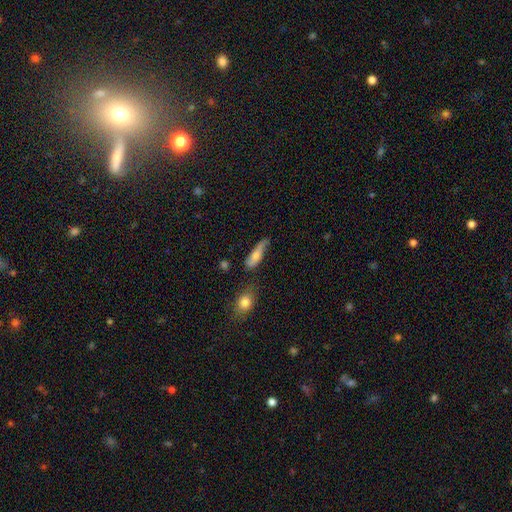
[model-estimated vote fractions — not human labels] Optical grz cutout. It shows a smooth galaxy with no disk features (66%) that is cigar-shaped (49%). Merging: none (43%).